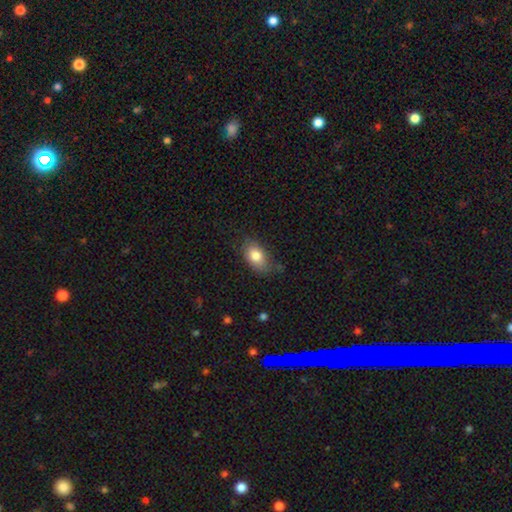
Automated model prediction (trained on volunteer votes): Overall: smooth (80%). How rounded: in between (89%). Merging: none (68%).